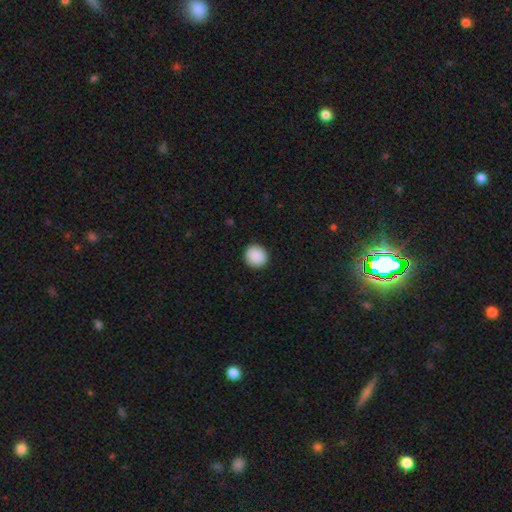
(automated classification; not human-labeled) smooth 90%, star or artifact 7%, featured or disk 2%. Down the decision tree: how rounded — round (90%); merging — none (92%).